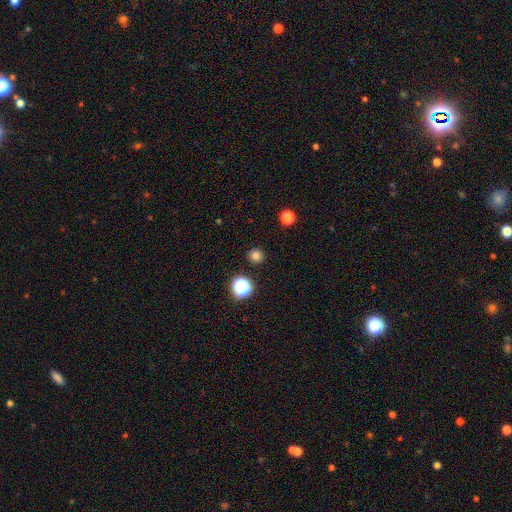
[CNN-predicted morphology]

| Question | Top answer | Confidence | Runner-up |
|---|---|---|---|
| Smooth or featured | smooth | 79% | star or artifact (16%) |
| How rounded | round | 93% | in between (6%) |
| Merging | none | 91% | minor disturbance (5%) |